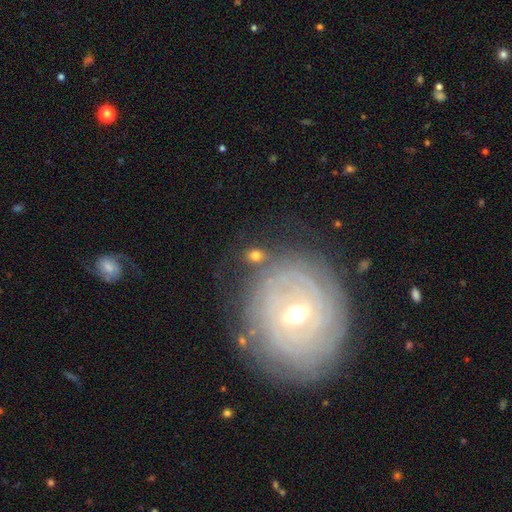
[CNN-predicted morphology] smooth 61%, featured or disk 26%, star or artifact 13%. Down the decision tree: how rounded — in between (55%); merging — none (68%).